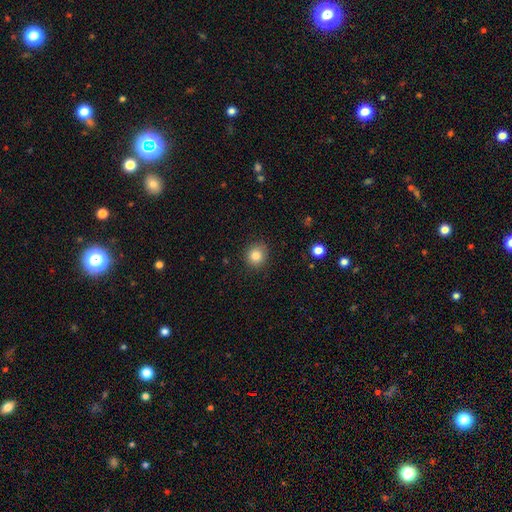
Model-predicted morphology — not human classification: smooth_or_featured: smooth (p=0.83) [alt: star or artifact p=0.11]
how_rounded: round (p=0.87) [alt: in between p=0.12]
merging: none (p=0.88) [alt: minor disturbance p=0.08]